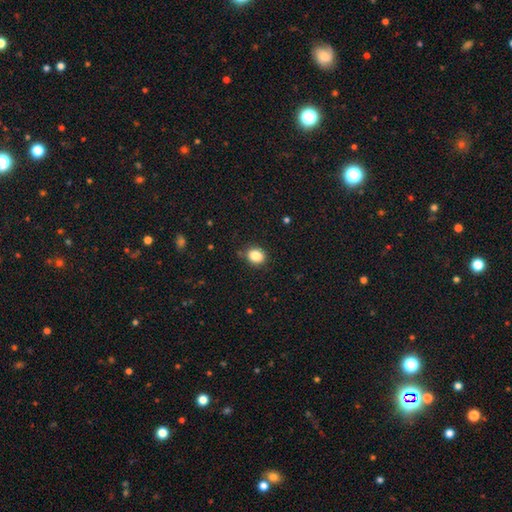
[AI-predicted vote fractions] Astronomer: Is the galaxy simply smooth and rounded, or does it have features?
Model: smooth — 85%.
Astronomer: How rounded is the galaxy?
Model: round — 61% (runner-up: in between, 38%).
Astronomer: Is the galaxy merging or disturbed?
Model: none — 87%.